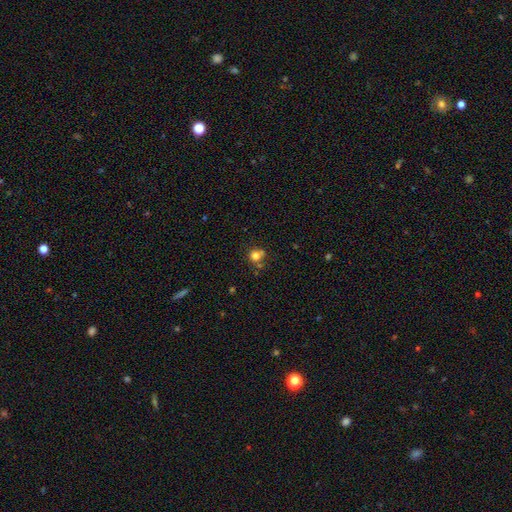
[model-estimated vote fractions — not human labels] smooth-or-featured: smooth: 78% | star or artifact: 13% | featured or disk: 9%
  how-rounded: round: 83% | in between: 16% | cigar-shaped: 1%
  merging: none: 57% | merger: 20% | minor disturbance: 16% | major disturbance: 6%